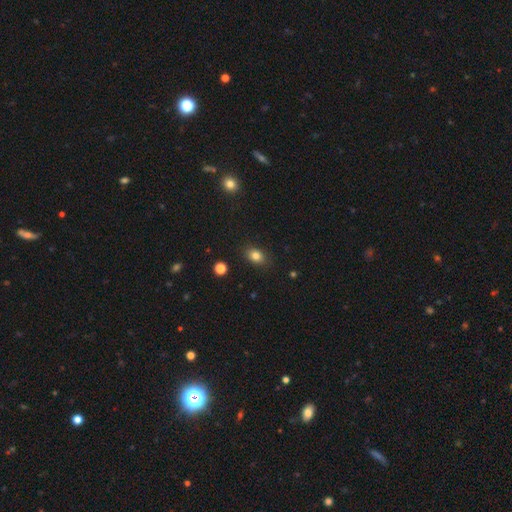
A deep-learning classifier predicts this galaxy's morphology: The model was most divided on "how rounded": in between: 69%, round: 30%, cigar-shaped: 1%. More confident: merging — none (87%); smooth or featured — smooth (82%).